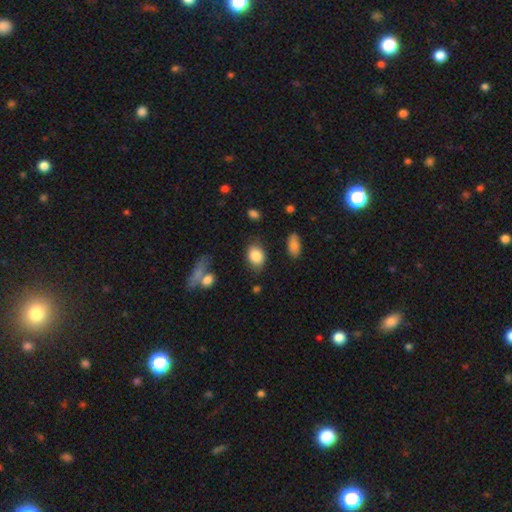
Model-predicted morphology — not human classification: The model was most divided on "how rounded": in between: 74%, round: 25%, cigar-shaped: 1%. More confident: smooth or featured — smooth (85%); merging — none (73%).